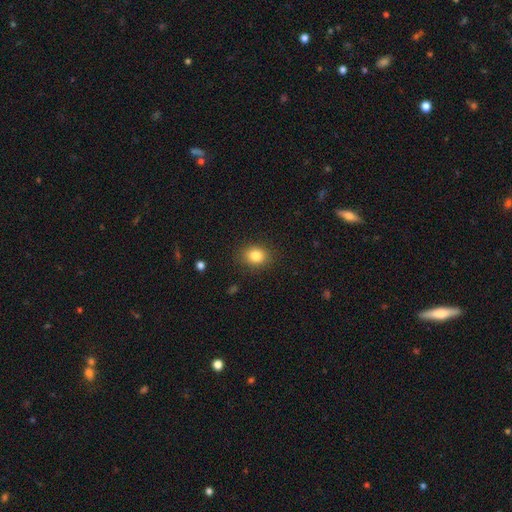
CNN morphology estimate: smooth 84%, star or artifact 10%, featured or disk 6%. Down the decision tree: how rounded — in between (50%); merging — none (86%).